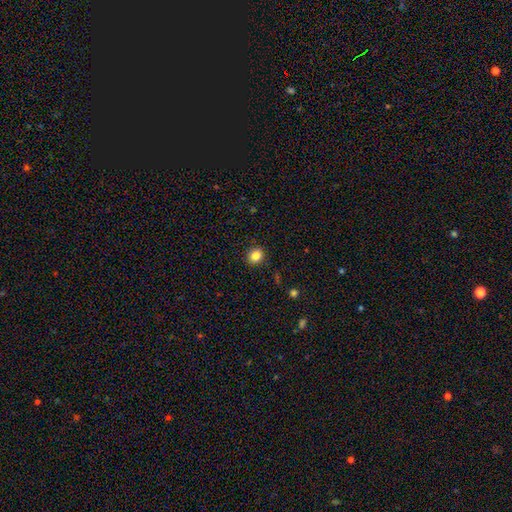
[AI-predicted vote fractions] smooth 84%, star or artifact 11%, featured or disk 5%. Down the decision tree: how rounded — round (77%); merging — none (91%).